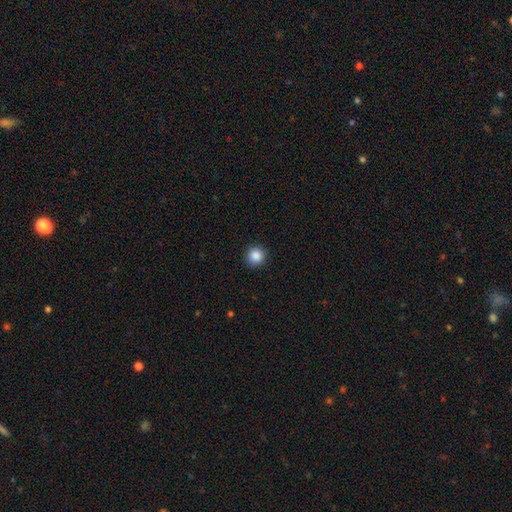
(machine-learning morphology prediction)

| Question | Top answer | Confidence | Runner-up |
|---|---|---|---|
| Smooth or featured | smooth | 88% | star or artifact (10%) |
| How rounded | round | 94% | in between (5%) |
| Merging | none | 92% | minor disturbance (6%) |